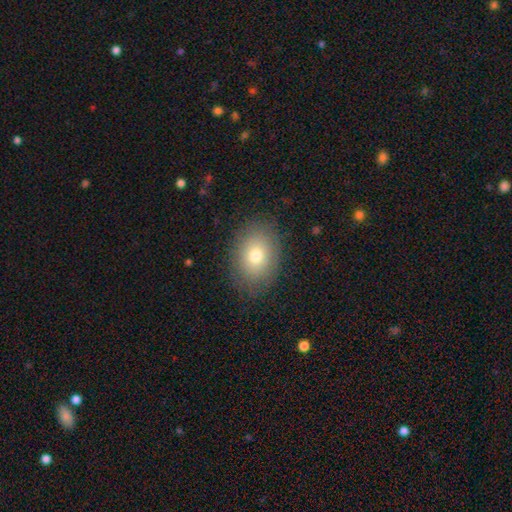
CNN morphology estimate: smooth-or-featured: smooth: 76% | featured or disk: 13% | star or artifact: 11%
  how-rounded: in between: 66% | round: 33% | cigar-shaped: 1%
  merging: none: 85% | minor disturbance: 10% | major disturbance: 4% | merger: 1%